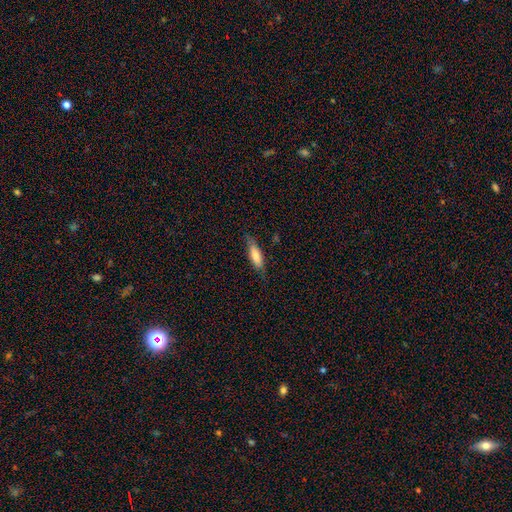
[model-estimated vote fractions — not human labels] Q: Smooth or featured?
A: smooth (71%); runner-up: featured or disk (23%)
Q: How rounded?
A: cigar-shaped (54%); runner-up: in between (44%)
Q: Merging?
A: none (74%); runner-up: minor disturbance (20%)